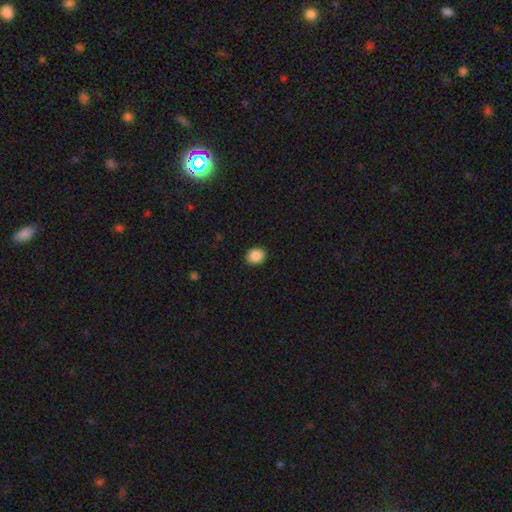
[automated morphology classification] The model was most divided on "how rounded": round: 55%, in between: 44%, cigar-shaped: 1%. More confident: merging — none (90%); smooth or featured — smooth (88%).